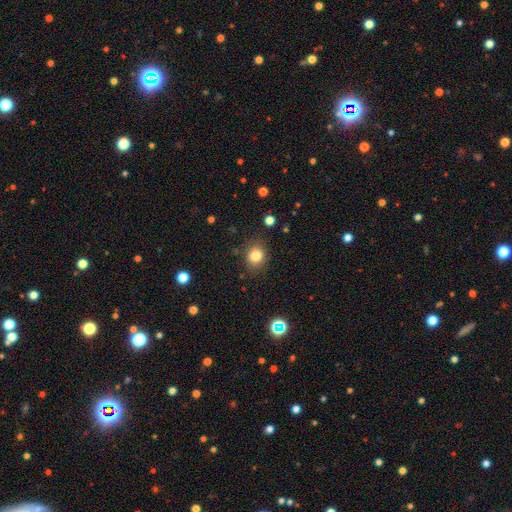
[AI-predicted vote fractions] This appears to be a smooth galaxy with no disk features (82%) that is round (73%). Merging: none (84%).